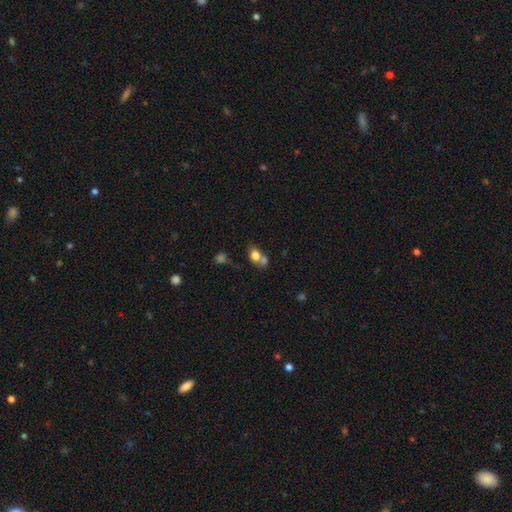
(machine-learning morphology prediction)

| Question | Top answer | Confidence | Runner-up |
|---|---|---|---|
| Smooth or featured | smooth | 74% | featured or disk (15%) |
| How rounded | in between | 52% | round (47%) |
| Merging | merger | 49% | none (34%) |